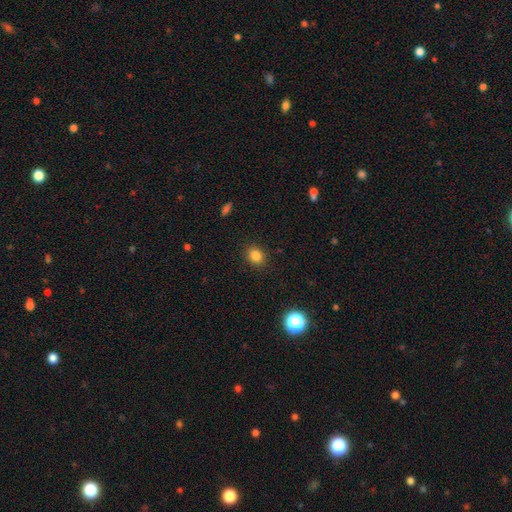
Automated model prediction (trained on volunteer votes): Morphology: type=smooth (83%); roundness=round (66%); merging=none (89%).